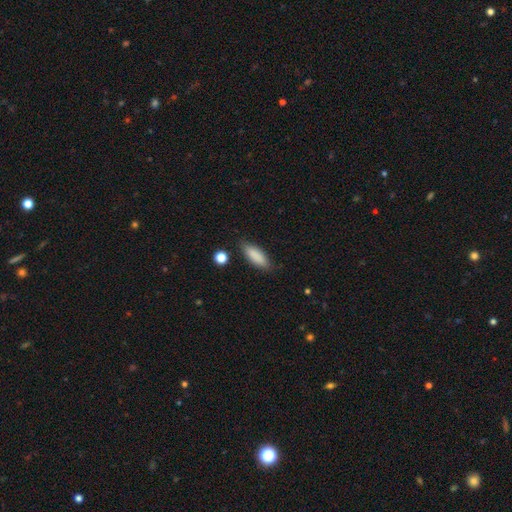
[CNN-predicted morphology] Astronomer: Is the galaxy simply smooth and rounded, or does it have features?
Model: smooth — 87%.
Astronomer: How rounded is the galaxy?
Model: in between — 62%.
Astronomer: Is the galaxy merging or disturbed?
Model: none — 81%.